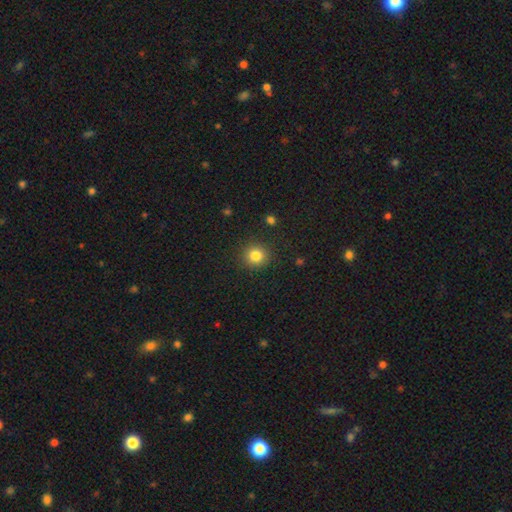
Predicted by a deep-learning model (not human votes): Q: Smooth or featured?
A: smooth (83%); runner-up: star or artifact (12%)
Q: How rounded?
A: round (91%); runner-up: in between (8%)
Q: Merging?
A: none (90%); runner-up: minor disturbance (6%)